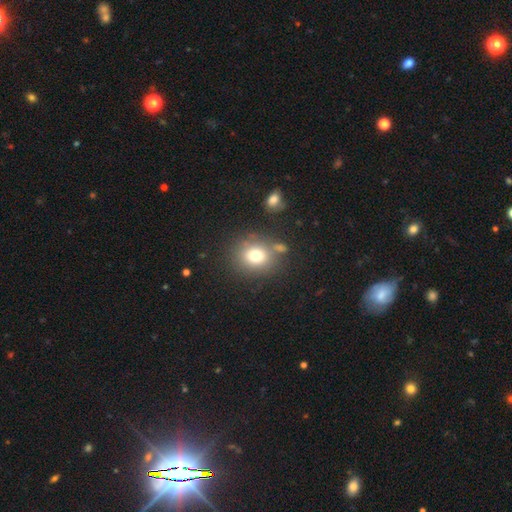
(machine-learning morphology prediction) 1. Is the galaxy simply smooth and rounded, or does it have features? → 75% smooth, 13% star or artifact, 12% featured or disk.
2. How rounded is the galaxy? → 75% round, 24% in between, 1% cigar-shaped.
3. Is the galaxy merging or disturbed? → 73% none, 12% minor disturbance, 10% merger, 5% major disturbance.